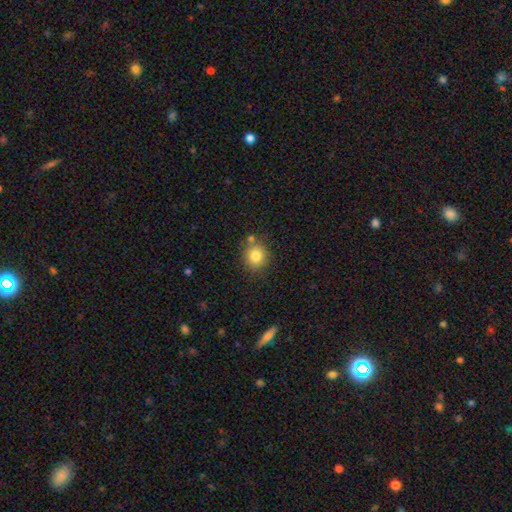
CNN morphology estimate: smooth-or-featured: smooth: 82% | star or artifact: 11% | featured or disk: 8%
  how-rounded: round: 82% | in between: 17% | cigar-shaped: 1%
  merging: none: 76% | minor disturbance: 11% | merger: 10% | major disturbance: 3%